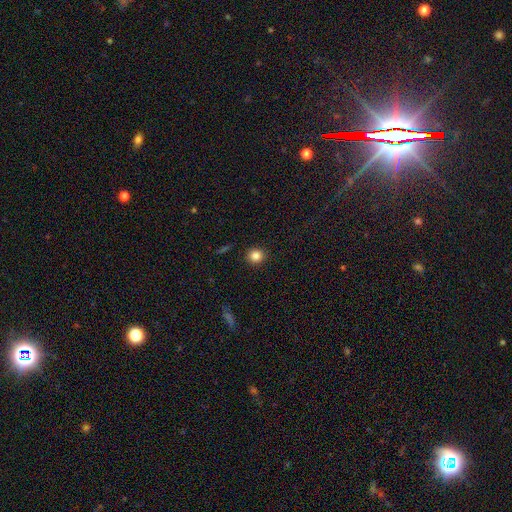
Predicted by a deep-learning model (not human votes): Morphology: type=smooth (84%); roundness=round (89%); merging=none (92%).